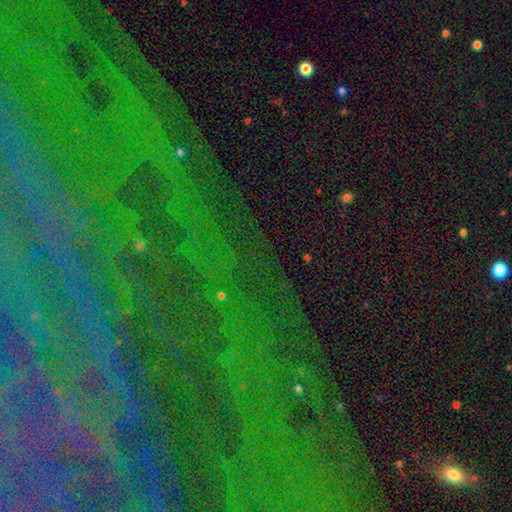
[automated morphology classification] Smooth or featured?
  - star or artifact: 79% *
  - featured or disk: 11%
  - smooth: 10%